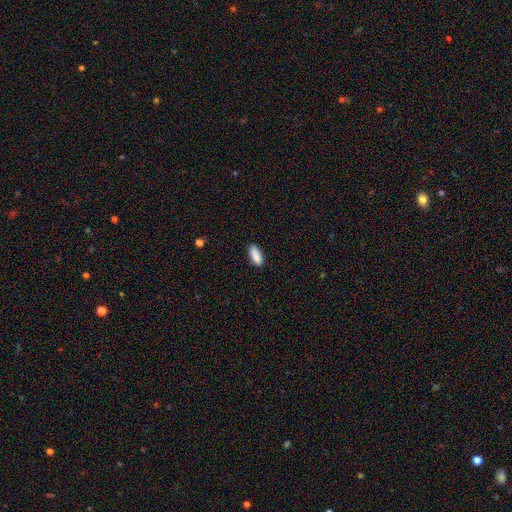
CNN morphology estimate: Smooth or featured? smooth (89%)
How rounded? in between (78%)
Merging? none (85%)